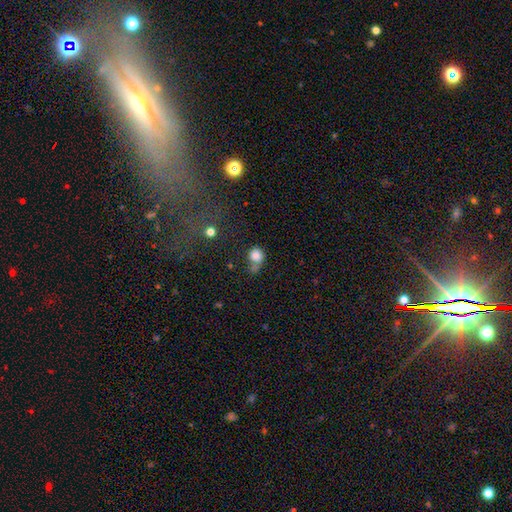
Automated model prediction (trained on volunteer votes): Overall: smooth (82%). How rounded: round (78%). Merging: none (42%; merger 24%).